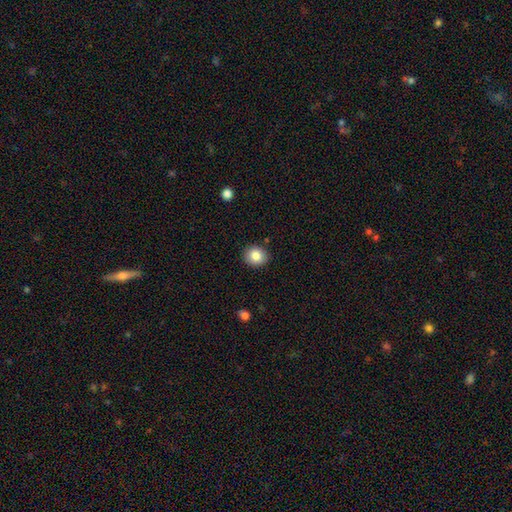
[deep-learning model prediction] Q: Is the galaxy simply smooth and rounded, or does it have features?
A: smooth — 84%.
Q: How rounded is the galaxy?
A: round — 71%.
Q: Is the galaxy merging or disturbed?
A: none — 89%.